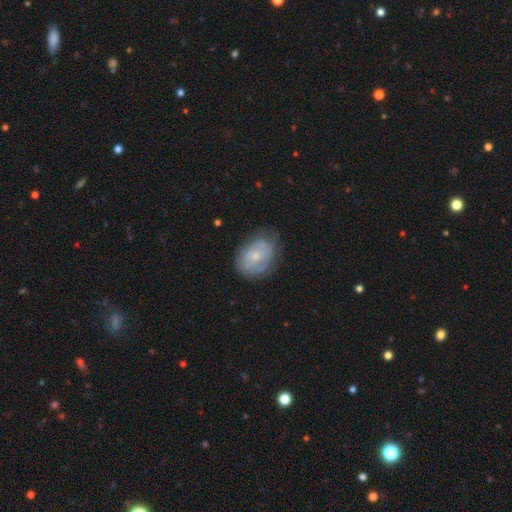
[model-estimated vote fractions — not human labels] Q: Smooth or featured?
A: featured or disk (60%); runner-up: smooth (33%)
Q: Edge-on disk?
A: no (97%); runner-up: yes (3%)
Q: Bar?
A: no (73%); runner-up: weak (24%)
Q: Spiral arms?
A: yes (74%); runner-up: no (26%)
Q: Bulge size?
A: small (55%); runner-up: moderate (39%)
Q: Merging?
A: none (63%); runner-up: minor disturbance (26%)